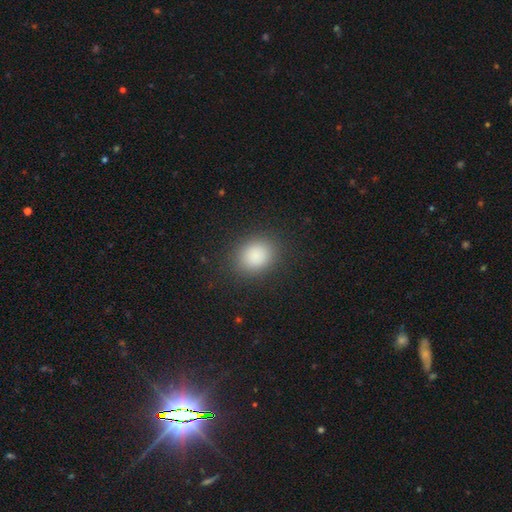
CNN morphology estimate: This appears to be a smooth galaxy with no disk features (87%) that is round (57%). Merging: none (87%).